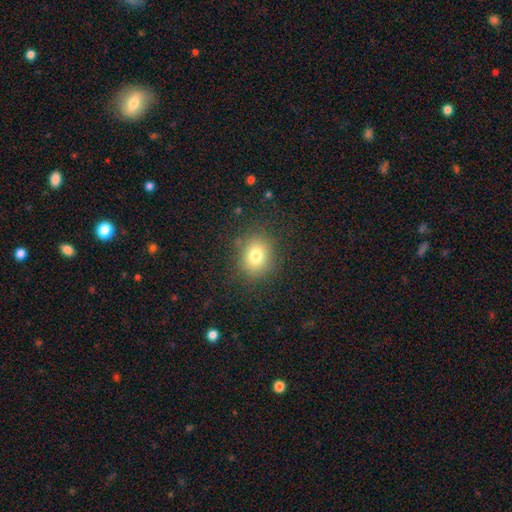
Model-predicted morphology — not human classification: Smooth or featured? Predicted: smooth (p=0.77). How rounded? Predicted: round (p=0.59). Merging? Predicted: none (p=0.83).